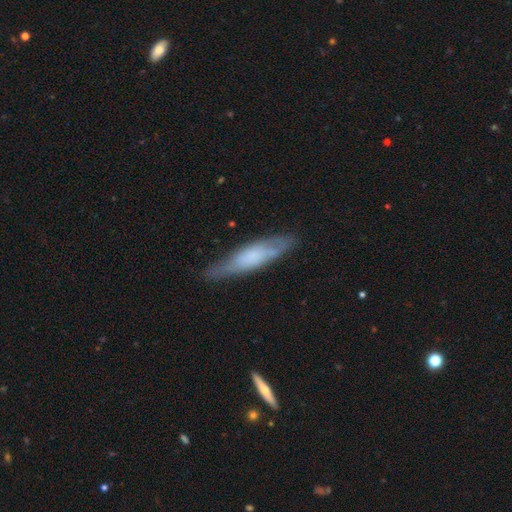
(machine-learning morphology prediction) Smooth or featured? Predicted: featured or disk (p=0.53). Edge-on disk? Predicted: yes (p=0.71). Merging? Predicted: none (p=0.75).